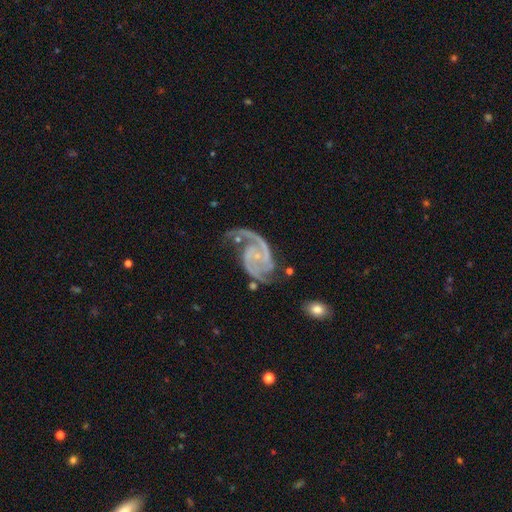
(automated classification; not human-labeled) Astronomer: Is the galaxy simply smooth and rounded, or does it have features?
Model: featured or disk — 91%.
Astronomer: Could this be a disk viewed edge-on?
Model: no — 98%.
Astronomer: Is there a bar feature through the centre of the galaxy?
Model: no — 61%.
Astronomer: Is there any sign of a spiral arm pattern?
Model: yes — 97%.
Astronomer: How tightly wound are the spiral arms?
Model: medium — 51% (runner-up: loose, 27%).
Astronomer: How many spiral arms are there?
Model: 2 — 79%.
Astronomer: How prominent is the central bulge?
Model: small — 71%.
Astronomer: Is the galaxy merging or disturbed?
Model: none — 47% (runner-up: major disturbance, 26%).